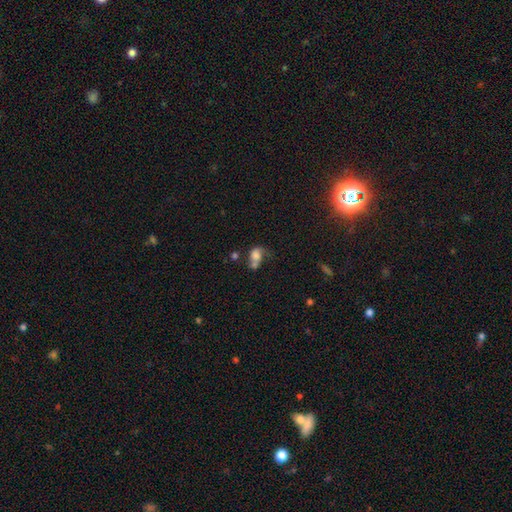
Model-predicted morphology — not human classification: A smooth galaxy with no disk features (64%) that is in between round and cigar-shaped (64%).

Vote fractions:
- Smooth or featured? smooth: 64% / featured or disk: 24% / star or artifact: 12%
- How rounded? in between: 64% / round: 34% / cigar-shaped: 2%
- Merging? merger: 35% / major disturbance: 25% / none: 22% / minor disturbance: 17%